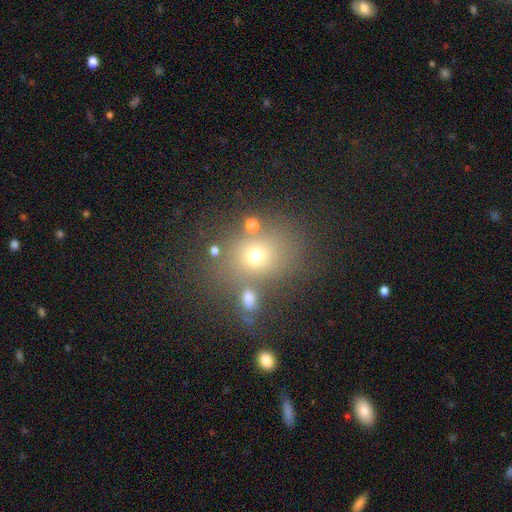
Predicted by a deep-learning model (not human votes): This appears to be a smooth galaxy with no disk features (65%) that is round (54%). Merging: none (66%).